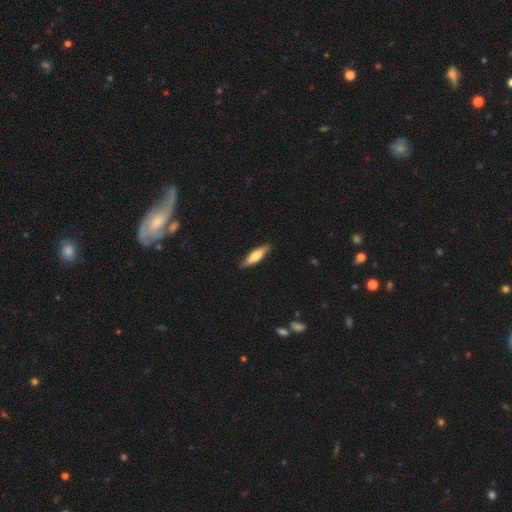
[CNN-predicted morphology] Smooth or featured: smooth — 61% (featured or disk — 34%)
How rounded: cigar-shaped — 68% (in between — 31%)
Merging: none — 87% (minor disturbance — 10%)